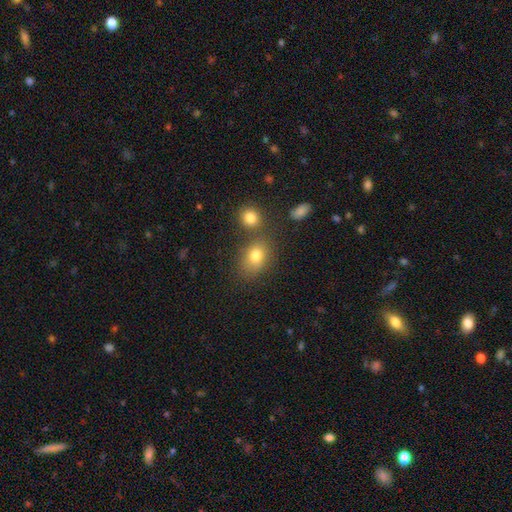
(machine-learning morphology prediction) smooth_or_featured: smooth (p=0.77) [alt: star or artifact p=0.13]
how_rounded: in between (p=0.60) [alt: round p=0.39]
merging: none (p=0.64) [alt: merger p=0.17]